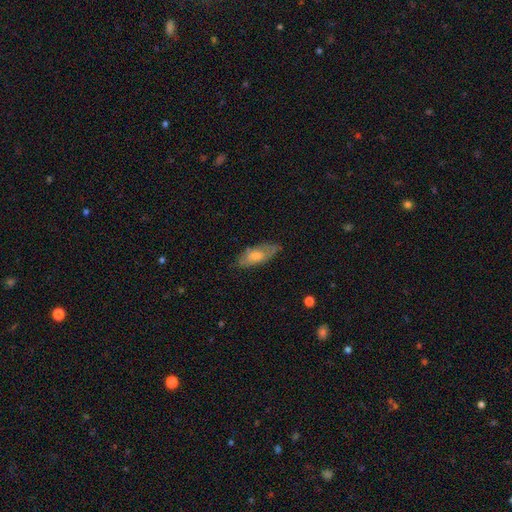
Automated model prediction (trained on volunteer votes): Q: Smooth or featured?
A: smooth (56%); runner-up: featured or disk (37%)
Q: How rounded?
A: in between (77%); runner-up: cigar-shaped (20%)
Q: Merging?
A: none (70%); runner-up: minor disturbance (23%)